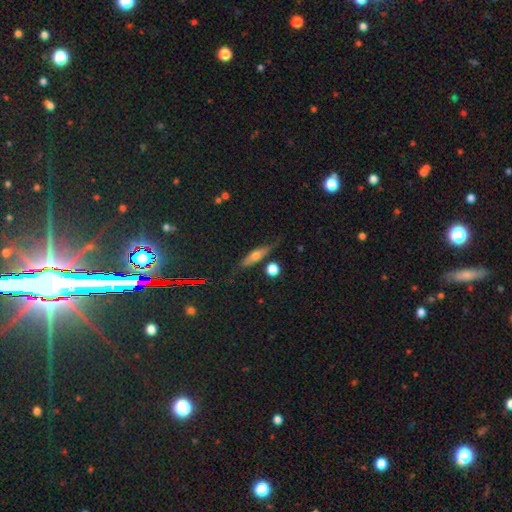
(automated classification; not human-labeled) Overall: smooth (48%; featured or disk 41%). Merging: none (69%).